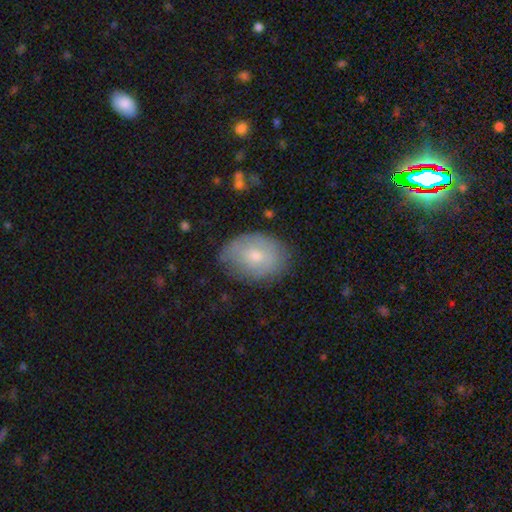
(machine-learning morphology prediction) This appears to be a smooth galaxy with no disk features (68%) that is in between round and cigar-shaped (79%). Merging: none (76%).